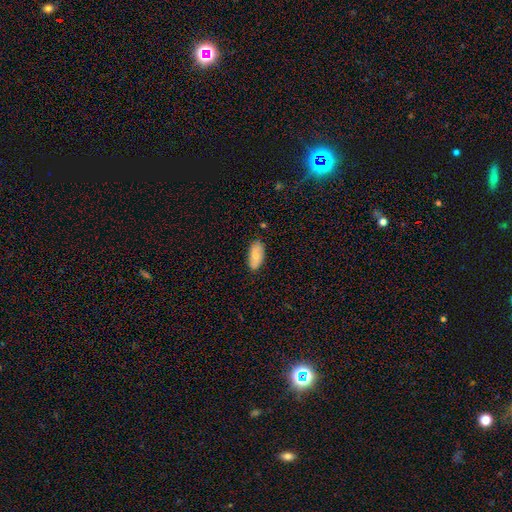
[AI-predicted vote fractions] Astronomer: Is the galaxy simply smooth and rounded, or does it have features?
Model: smooth — 74%.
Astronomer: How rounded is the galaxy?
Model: in between — 92%.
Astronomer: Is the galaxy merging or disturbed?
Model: none — 80%.